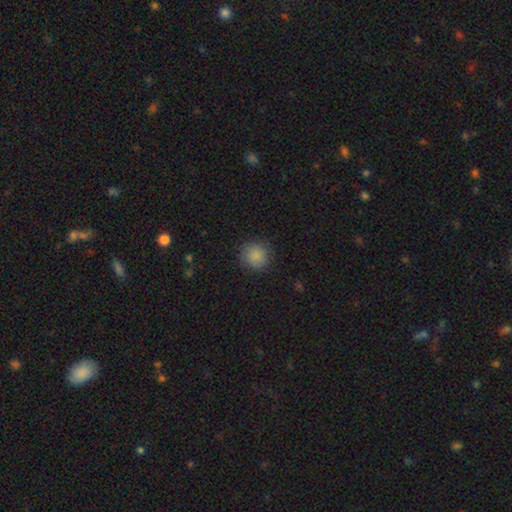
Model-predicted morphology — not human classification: smooth-or-featured: smooth: 86% | star or artifact: 8% | featured or disk: 6%
  how-rounded: round: 92% | in between: 7% | cigar-shaped: 1%
  merging: none: 86% | minor disturbance: 10% | major disturbance: 3% | merger: 1%